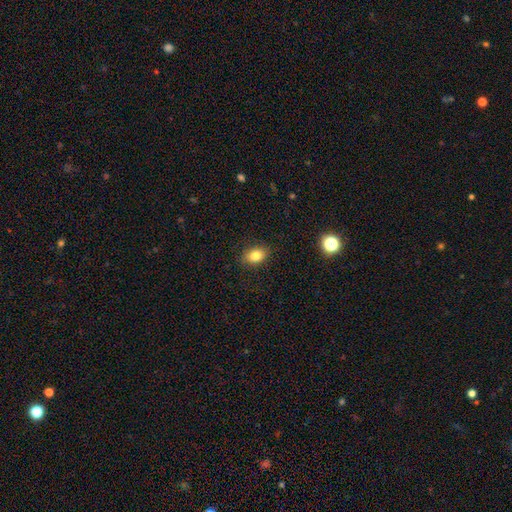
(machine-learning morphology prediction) A smooth galaxy with no disk features (82%) that is in between round and cigar-shaped (77%).

Vote fractions:
- Smooth or featured? smooth: 82% / star or artifact: 10% / featured or disk: 8%
- How rounded? in between: 77% / round: 22% / cigar-shaped: 1%
- Merging? none: 87% / minor disturbance: 10% / major disturbance: 2% / merger: 1%